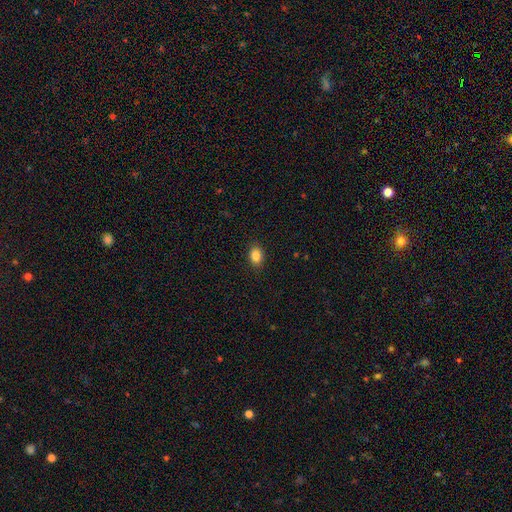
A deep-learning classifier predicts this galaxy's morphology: This appears to be a smooth galaxy with no disk features (87%) that is in between round and cigar-shaped (73%). Merging: none (89%).